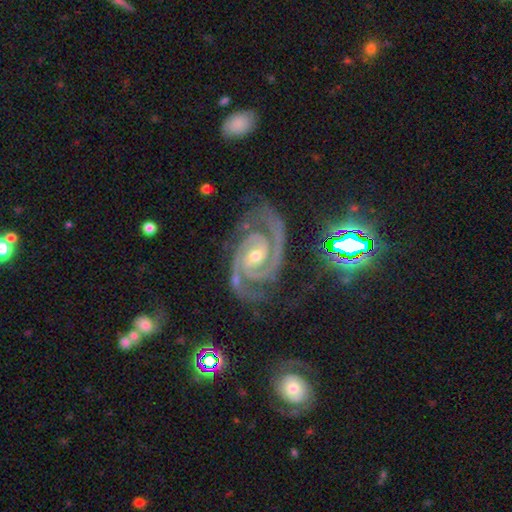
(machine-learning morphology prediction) This is clearly a featured or disk galaxy (92%). It is clearly not viewed edge-on (98%). Bar: possibly no (48%). Spiral arm pattern: clearly yes (99%). Spiral arm count: clearly 2 (81%). Spiral winding: likely tight (62%). Central bulge: possibly small (53%). Merging: likely none (74%).